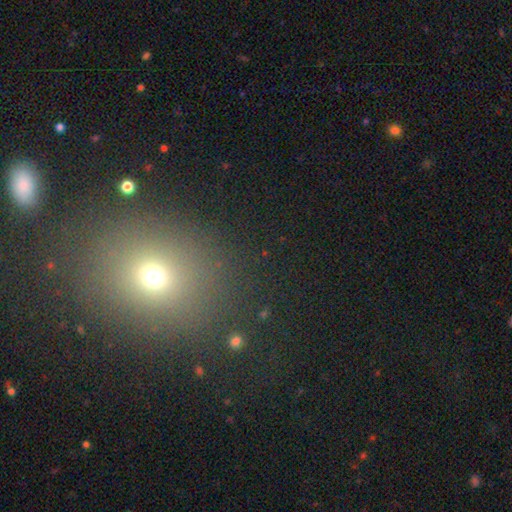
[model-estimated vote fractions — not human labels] Smooth or featured?
  - smooth: 53% *
  - star or artifact: 37%
  - featured or disk: 10%
How rounded?
  - round: 66% *
  - in between: 32%
  - cigar-shaped: 2%
Merging?
  - none: 82% *
  - minor disturbance: 9%
  - major disturbance: 5%
  - merger: 4%